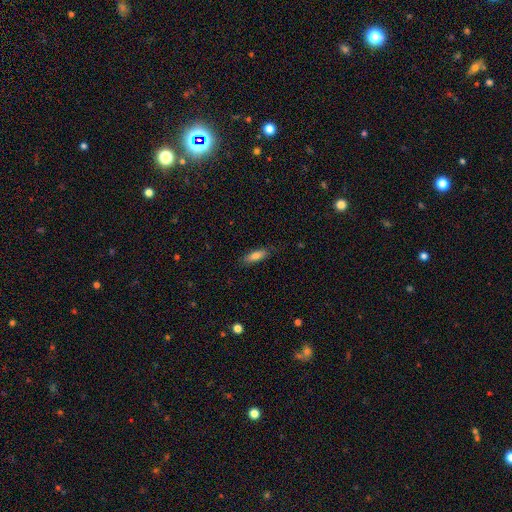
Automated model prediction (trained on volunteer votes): Q: Smooth or featured?
A: smooth (77%); runner-up: featured or disk (16%)
Q: How rounded?
A: in between (58%); runner-up: cigar-shaped (40%)
Q: Merging?
A: none (83%); runner-up: minor disturbance (13%)